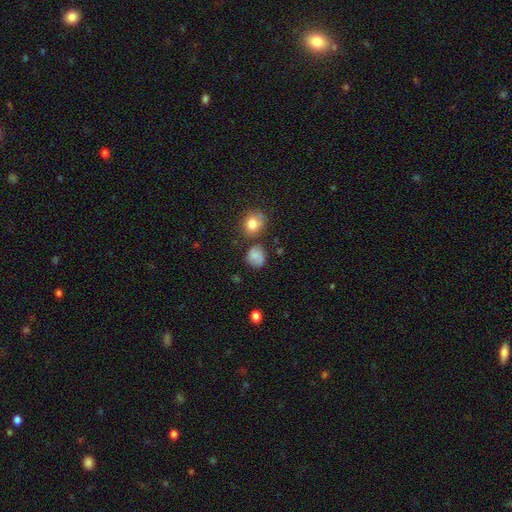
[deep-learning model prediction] Smooth or featured: smooth — 79% (star or artifact — 11%)
How rounded: round — 76% (in between — 23%)
Merging: none — 66% (minor disturbance — 20%)